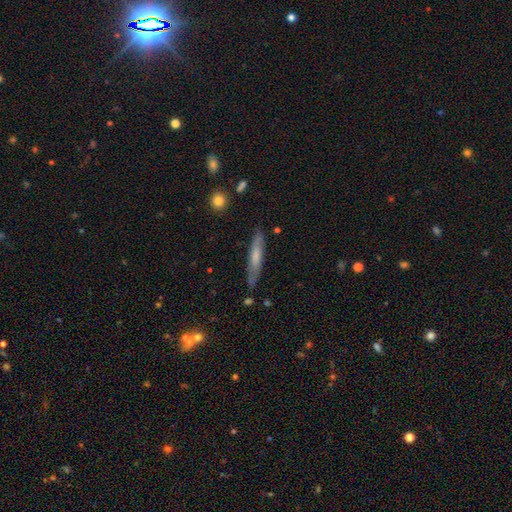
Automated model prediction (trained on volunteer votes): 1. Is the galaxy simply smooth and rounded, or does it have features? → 57% smooth, 37% featured or disk, 6% star or artifact.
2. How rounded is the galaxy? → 89% cigar-shaped, 9% in between, 1% round.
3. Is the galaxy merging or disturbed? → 79% none, 16% minor disturbance, 3% major disturbance, 2% merger.